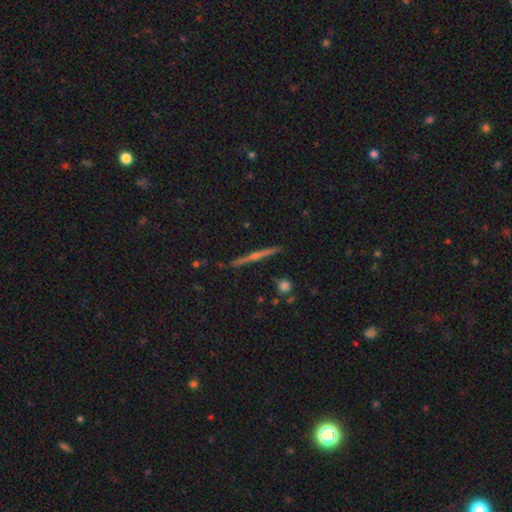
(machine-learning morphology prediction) Smooth or featured: featured or disk — 76% (smooth — 16%)
Edge-on disk: yes — 98% (no — 2%)
Edge-on bulge: rounded — 74% (none — 20%)
Merging: none — 91% (minor disturbance — 6%)